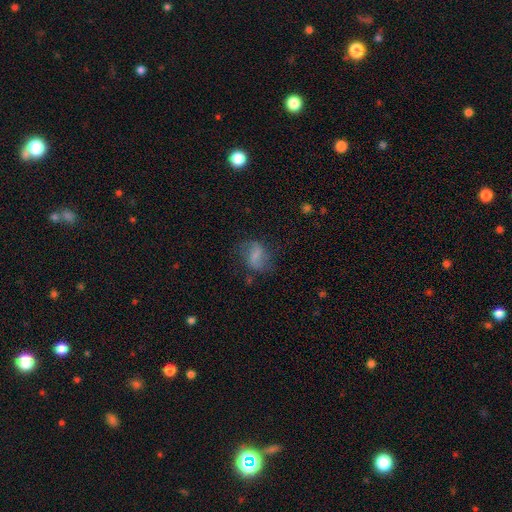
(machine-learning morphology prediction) smooth_or_featured: featured or disk (p=0.49) [alt: smooth p=0.41]
merging: none (p=0.62) [alt: minor disturbance p=0.21]